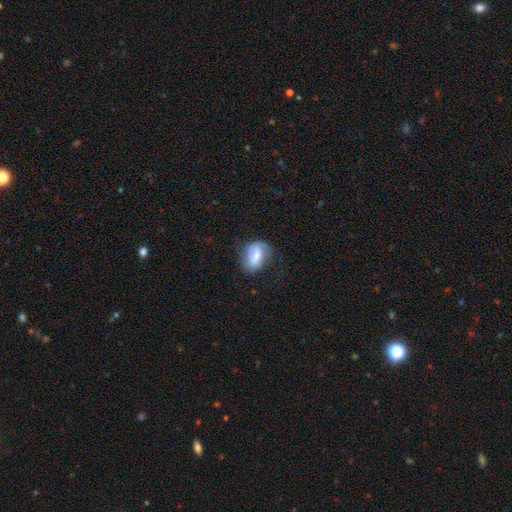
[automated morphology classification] Smooth or featured? smooth (58%)
How rounded? in between (78%)
Merging? none (56%)